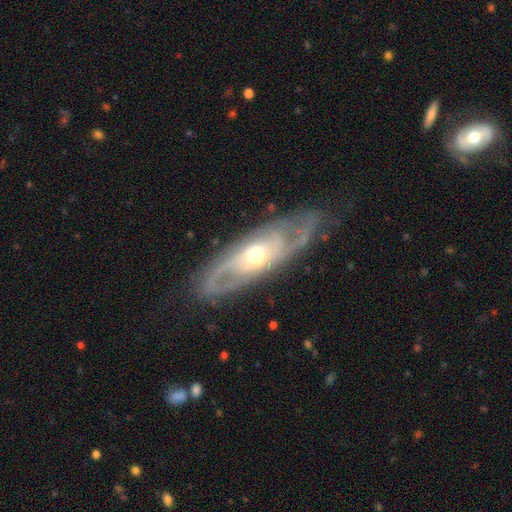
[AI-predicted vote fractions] featured or disk 85%, smooth 10%, star or artifact 5%. Down the decision tree: edge-on disk — no (85%); bar — no (62%); spiral arms — yes (93%); spiral arm count — 2 (61%); spiral winding — tight (44%); bulge size — moderate (58%); merging — none (77%).